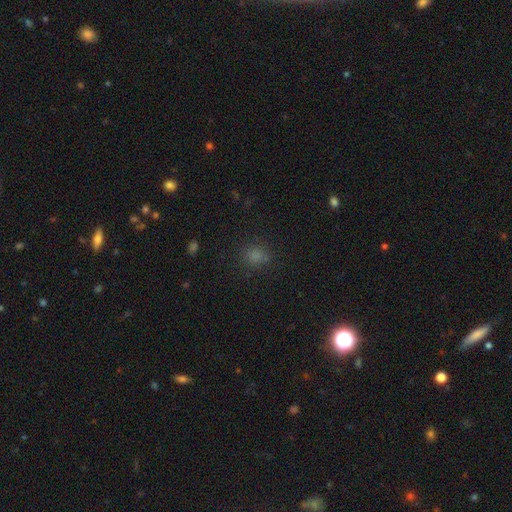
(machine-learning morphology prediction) This is likely a smooth galaxy (75%). How rounded: likely round (77%). Merging: clearly none (81%).